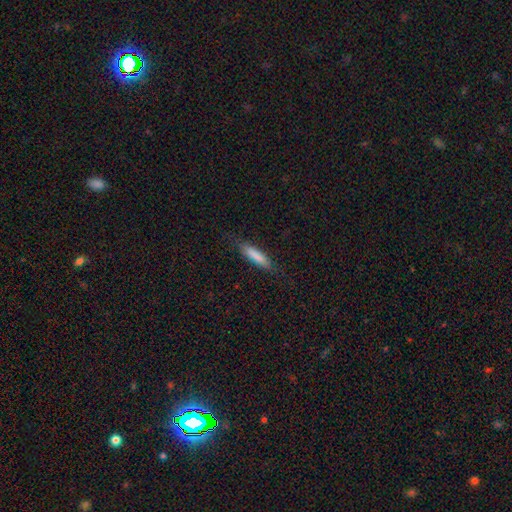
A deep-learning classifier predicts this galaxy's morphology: Smooth or featured: smooth — 82% (featured or disk — 12%)
How rounded: cigar-shaped — 77% (in between — 22%)
Merging: none — 81% (minor disturbance — 14%)